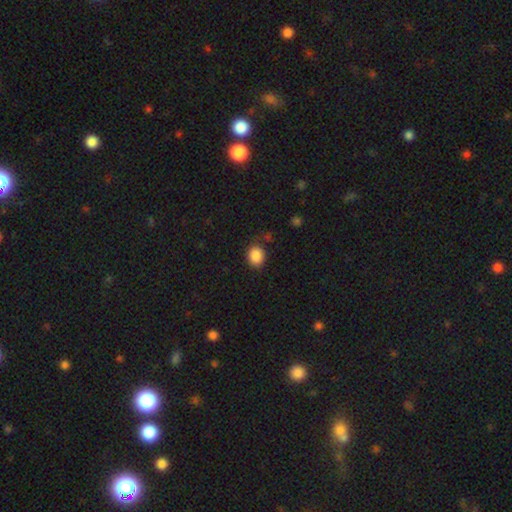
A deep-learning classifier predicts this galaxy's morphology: Overall: smooth (88%). How rounded: round (50%; in between 49%). Merging: none (82%).